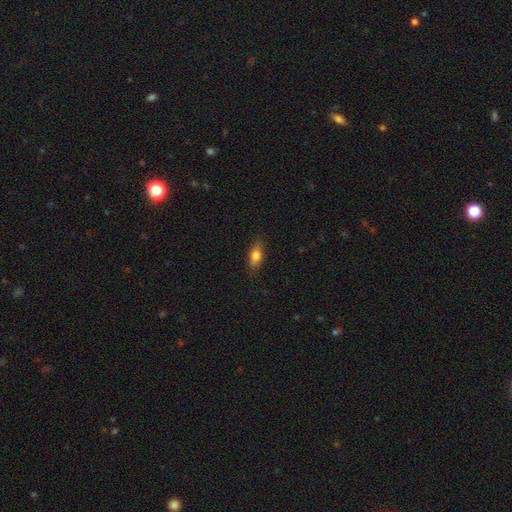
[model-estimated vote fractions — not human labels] A smooth galaxy with no disk features (74%) that is in between round and cigar-shaped (76%). Merging: none (83%).